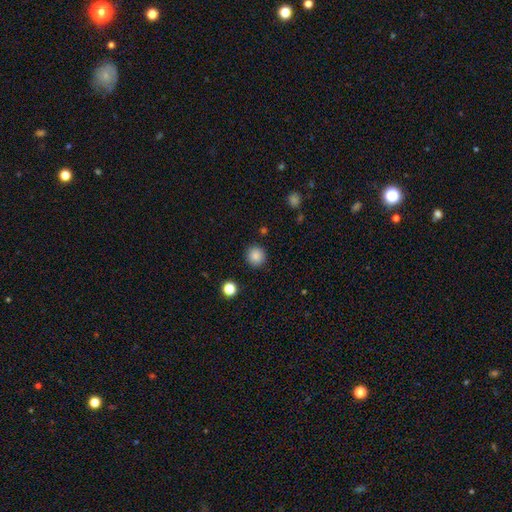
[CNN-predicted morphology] smooth 87%, star or artifact 10%, featured or disk 4%. Down the decision tree: how rounded — round (91%); merging — none (90%).